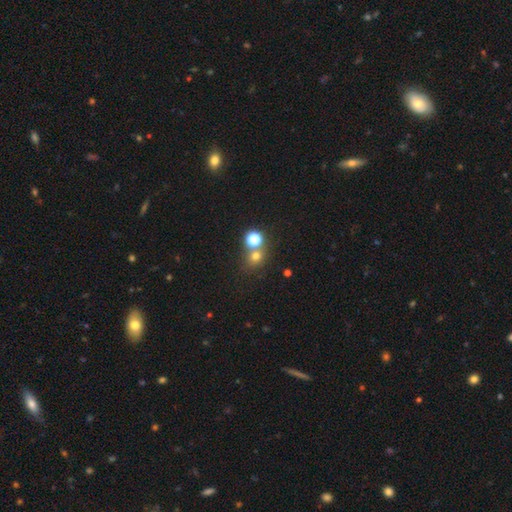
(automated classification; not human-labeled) This appears to be a smooth galaxy with no disk features (67%) that is round (81%). Merging: none (63%).